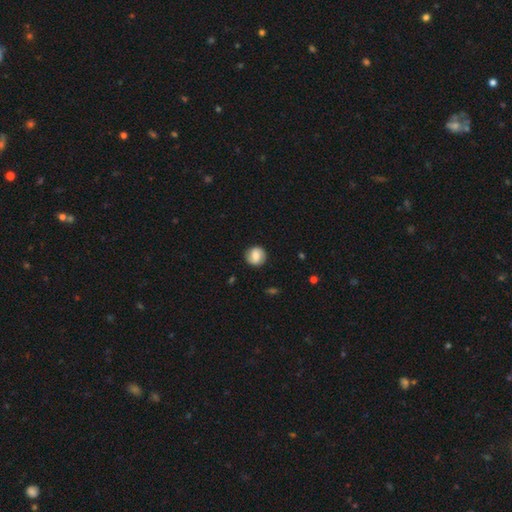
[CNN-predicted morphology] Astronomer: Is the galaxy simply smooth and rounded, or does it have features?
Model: smooth — 70%.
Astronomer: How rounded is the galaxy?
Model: round — 89%.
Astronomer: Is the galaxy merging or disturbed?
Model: none — 87%.